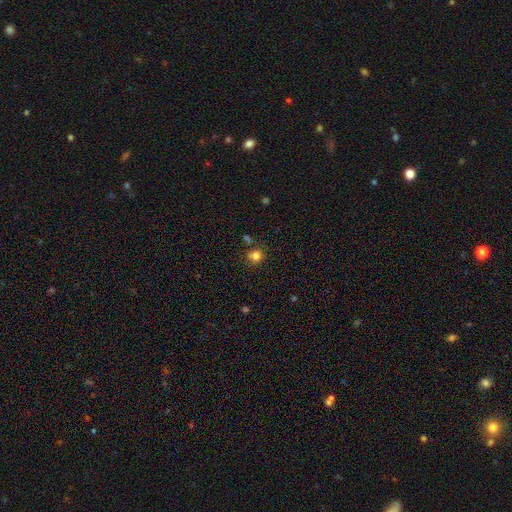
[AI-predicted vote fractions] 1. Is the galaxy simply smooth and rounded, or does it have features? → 81% smooth, 13% star or artifact, 6% featured or disk.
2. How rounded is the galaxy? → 87% round, 13% in between, 1% cigar-shaped.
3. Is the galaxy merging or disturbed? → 76% none, 12% minor disturbance, 8% merger, 4% major disturbance.